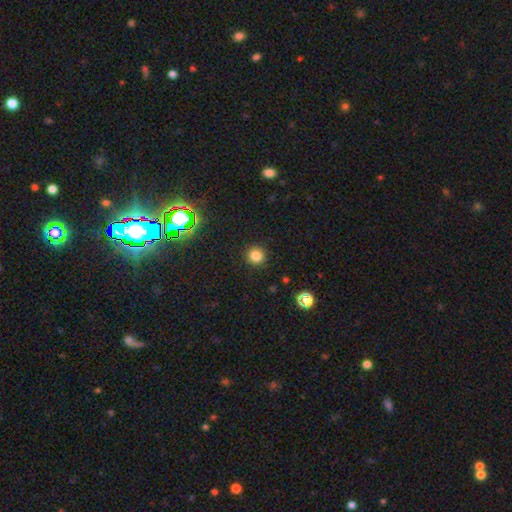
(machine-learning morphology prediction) type=smooth (80%); roundness=round (94%); merging=none (91%).